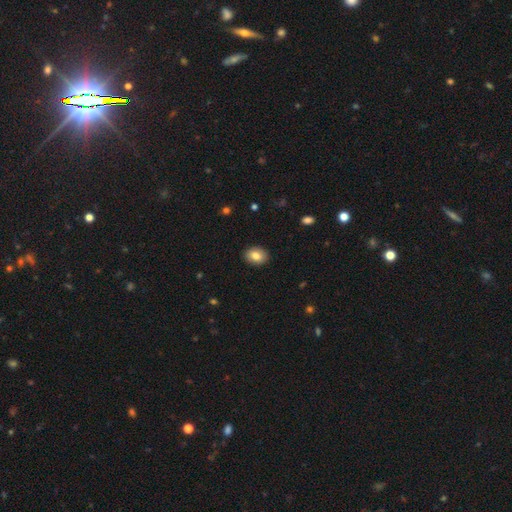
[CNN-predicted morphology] This appears to be a smooth galaxy with no disk features (82%) that is in between round and cigar-shaped (63%). Merging: none (90%).